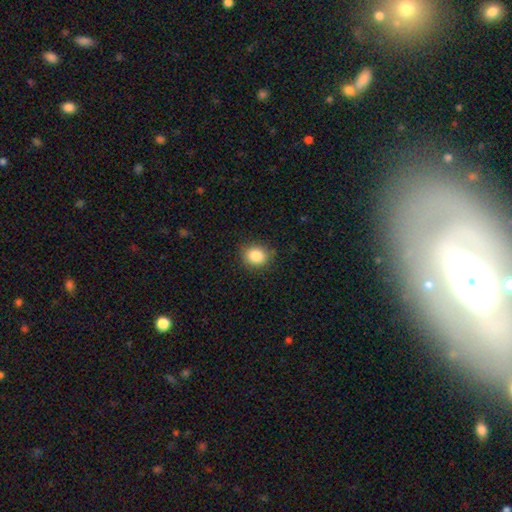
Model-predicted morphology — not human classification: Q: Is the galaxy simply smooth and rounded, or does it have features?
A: smooth — 85%.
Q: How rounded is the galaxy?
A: round — 72%.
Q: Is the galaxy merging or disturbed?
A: none — 87%.